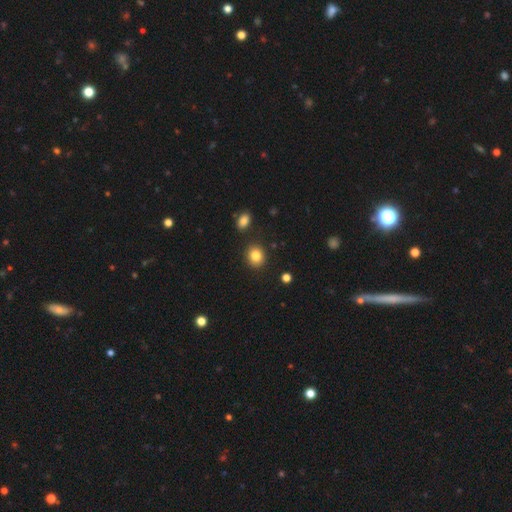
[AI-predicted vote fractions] A smooth galaxy with no disk features (84%) that is round (73%). Merging: none (88%).